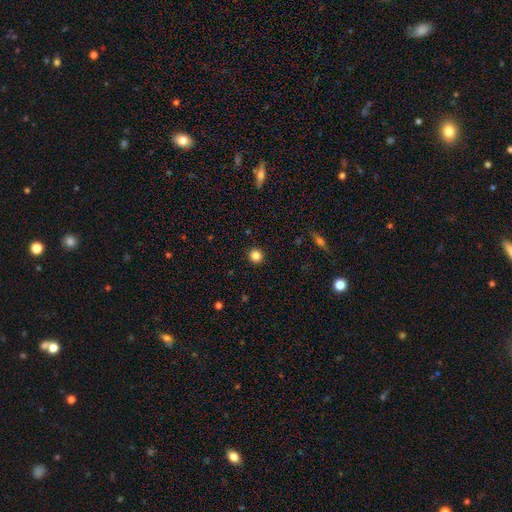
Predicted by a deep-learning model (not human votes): Smooth or featured: smooth — 85% (star or artifact — 12%)
How rounded: round — 95% (in between — 4%)
Merging: none — 93% (minor disturbance — 4%)